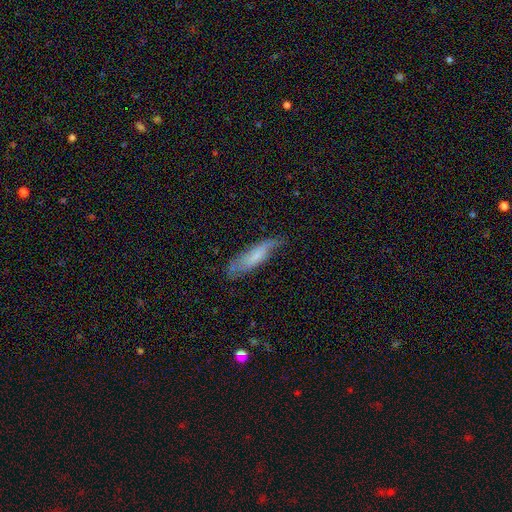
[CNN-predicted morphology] Overall: smooth (54%; featured or disk 39%). How rounded: cigar-shaped (59%; in between 39%). Merging: none (54%; minor disturbance 32%).